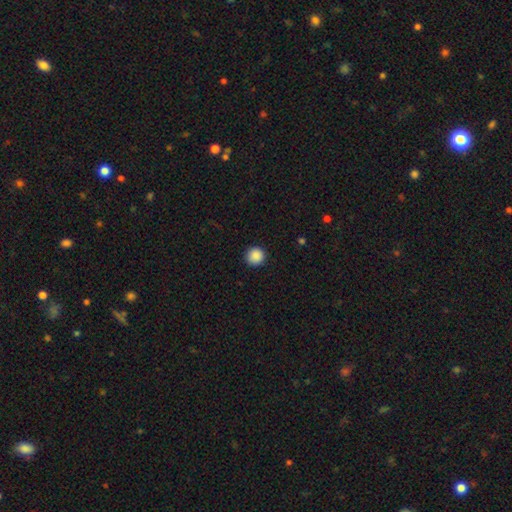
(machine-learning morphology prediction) Smooth or featured: smooth — 89% (star or artifact — 9%)
How rounded: round — 94% (in between — 5%)
Merging: none — 91% (minor disturbance — 7%)